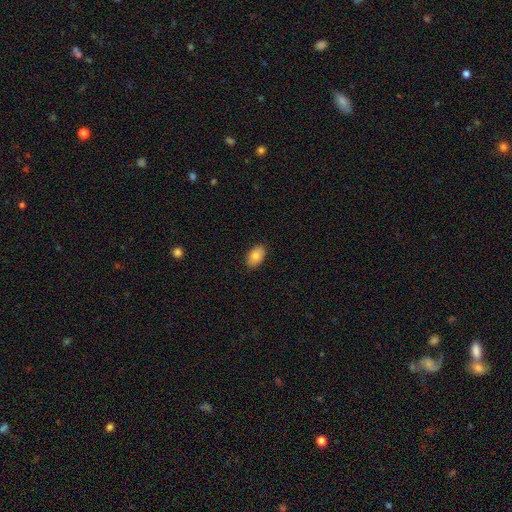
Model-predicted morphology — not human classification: This is clearly a smooth galaxy (84%). How rounded: clearly in between (91%). Merging: clearly none (88%).